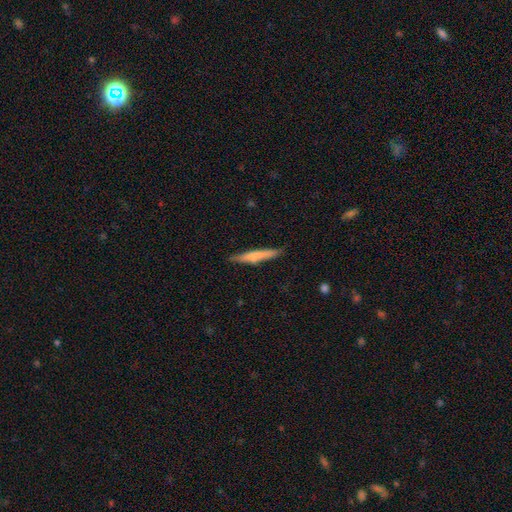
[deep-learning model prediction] Overall: smooth (66%; featured or disk 28%). How rounded: cigar-shaped (94%). Merging: none (86%).